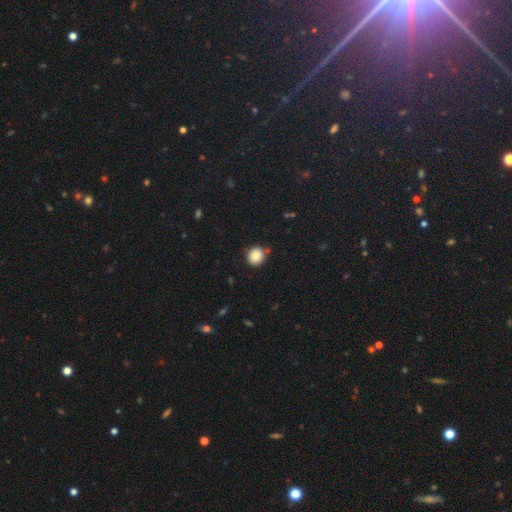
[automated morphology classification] The model was most divided on "how rounded": round: 85%, in between: 14%, cigar-shaped: 1%. More confident: smooth or featured — smooth (87%); merging — none (82%).